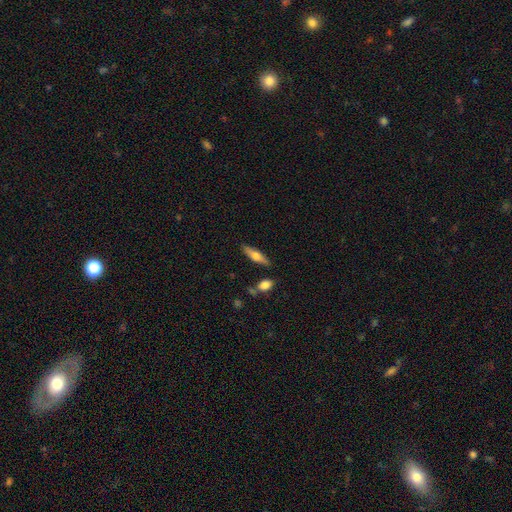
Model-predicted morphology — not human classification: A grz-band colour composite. It shows a smooth galaxy with no disk features (52%) that is cigar-shaped (63%). Merging: none (83%).